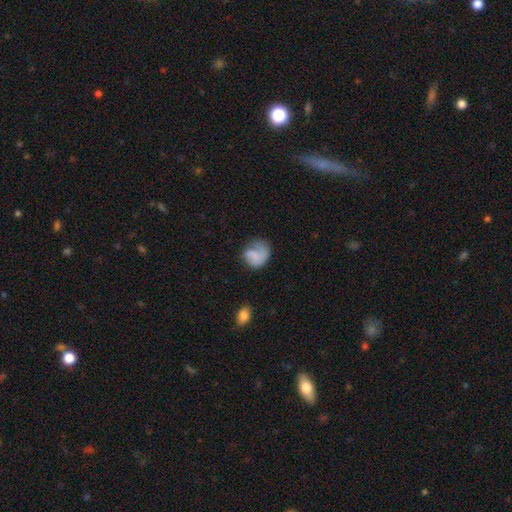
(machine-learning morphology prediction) Smooth or featured: smooth — 64% (featured or disk — 29%)
How rounded: round — 62% (in between — 37%)
Merging: none — 42% (major disturbance — 30%)